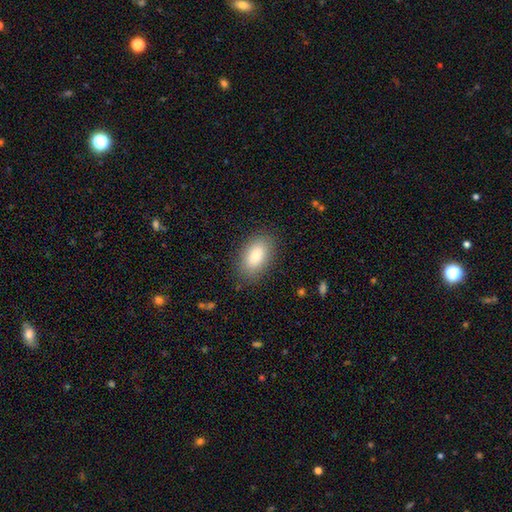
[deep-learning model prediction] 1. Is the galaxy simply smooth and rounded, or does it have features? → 86% smooth, 8% featured or disk, 7% star or artifact.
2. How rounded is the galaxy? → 93% in between, 5% round, 2% cigar-shaped.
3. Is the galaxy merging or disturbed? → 85% none, 11% minor disturbance, 3% major disturbance, 1% merger.